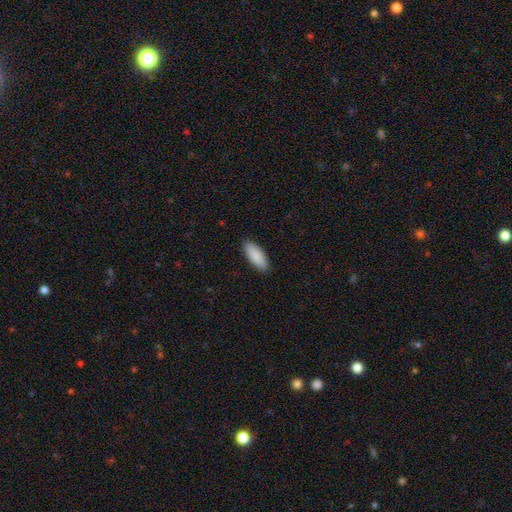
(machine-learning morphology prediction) smooth 90%, star or artifact 5%, featured or disk 4%. Down the decision tree: how rounded — in between (77%); merging — none (90%).